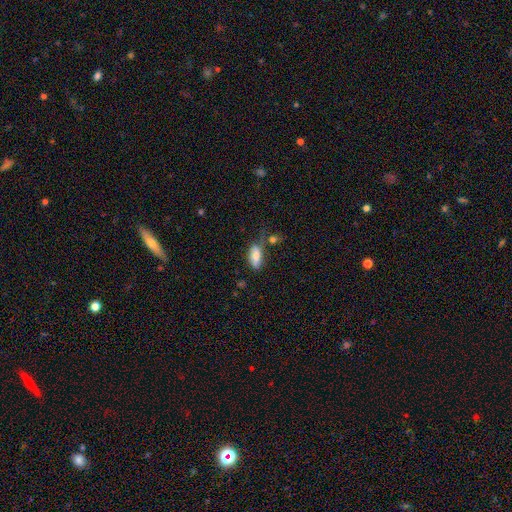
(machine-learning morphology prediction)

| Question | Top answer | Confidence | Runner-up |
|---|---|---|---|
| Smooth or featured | smooth | 75% | featured or disk (17%) |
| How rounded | in between | 82% | cigar-shaped (15%) |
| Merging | none | 49% | minor disturbance (26%) |